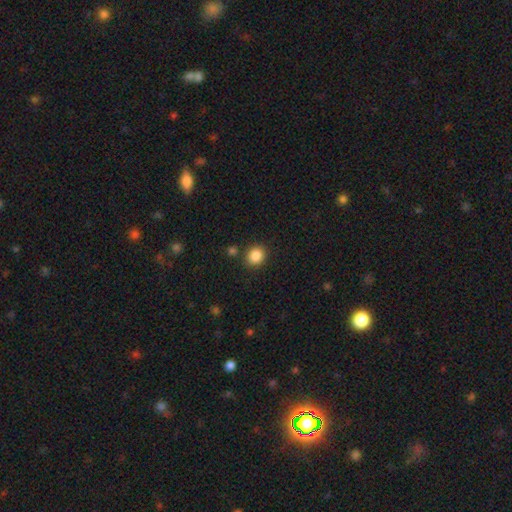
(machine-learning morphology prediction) smooth-or-featured: smooth: 86% | star or artifact: 10% | featured or disk: 4%
  how-rounded: round: 78% | in between: 21% | cigar-shaped: 1%
  merging: none: 85% | minor disturbance: 8% | merger: 4% | major disturbance: 3%